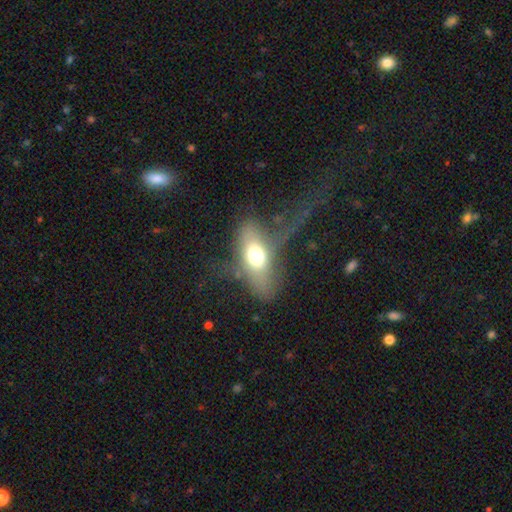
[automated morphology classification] smooth-or-featured: smooth: 58% | featured or disk: 32% | star or artifact: 10%
  how-rounded: in between: 80% | round: 11% | cigar-shaped: 8%
  merging: major disturbance: 47% | none: 31% | minor disturbance: 19% | merger: 4%